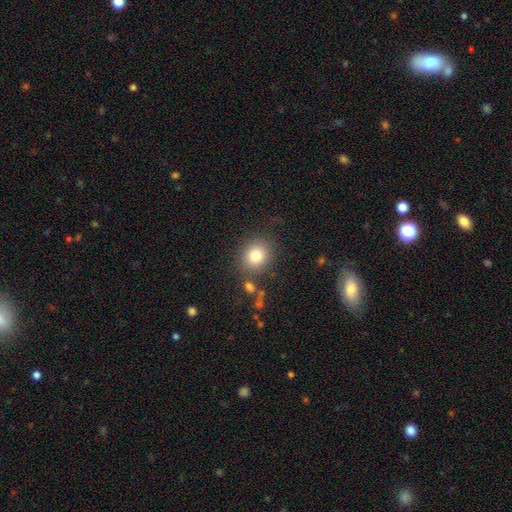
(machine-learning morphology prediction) smooth_or_featured: smooth (p=0.80) [alt: star or artifact p=0.11]
how_rounded: round (p=0.72) [alt: in between p=0.27]
merging: none (p=0.80) [alt: minor disturbance p=0.11]